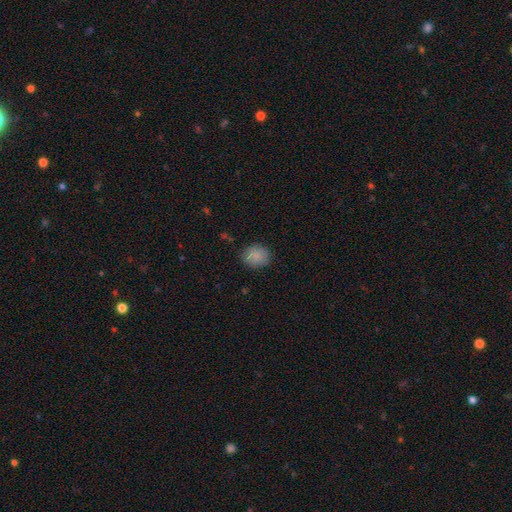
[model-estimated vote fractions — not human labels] A smooth galaxy with no disk features (85%) that is round (65%). Merging: none (83%).